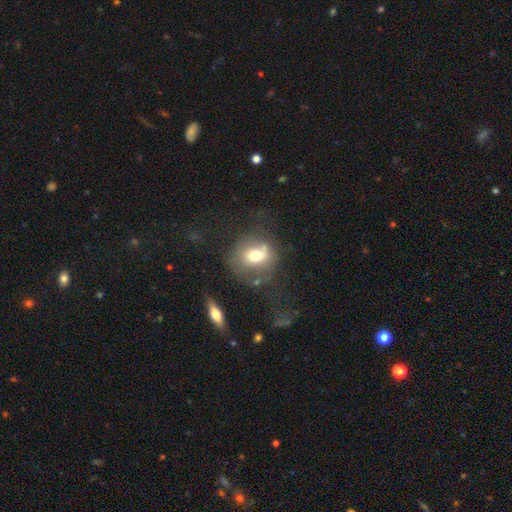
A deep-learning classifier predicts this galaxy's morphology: smooth-or-featured: smooth: 63% | featured or disk: 26% | star or artifact: 11%
  how-rounded: round: 71% | in between: 27% | cigar-shaped: 1%
  merging: none: 52% | minor disturbance: 22% | major disturbance: 19% | merger: 7%